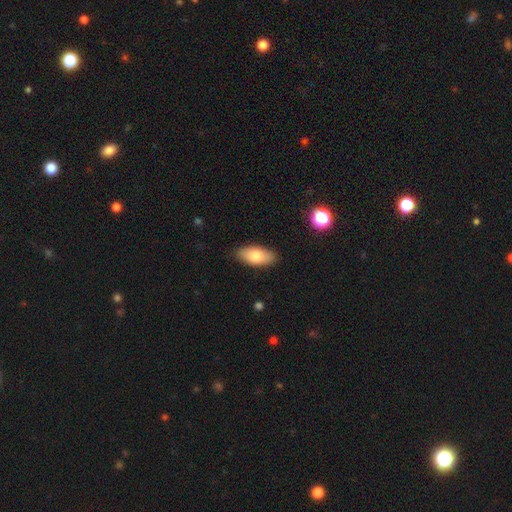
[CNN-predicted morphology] This is clearly a smooth galaxy (80%). How rounded: clearly in between (89%). Merging: clearly none (86%).